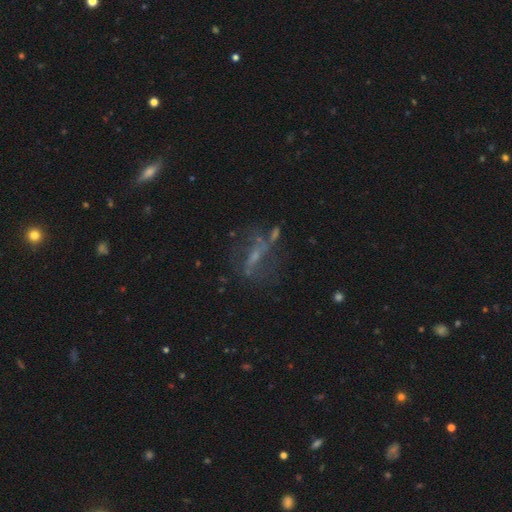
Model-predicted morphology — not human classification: The model was most divided on "merging": none: 52%, major disturbance: 22%, minor disturbance: 18%, merger: 8%. More confident: edge-on disk — no (80%); smooth or featured — featured or disk (60%).